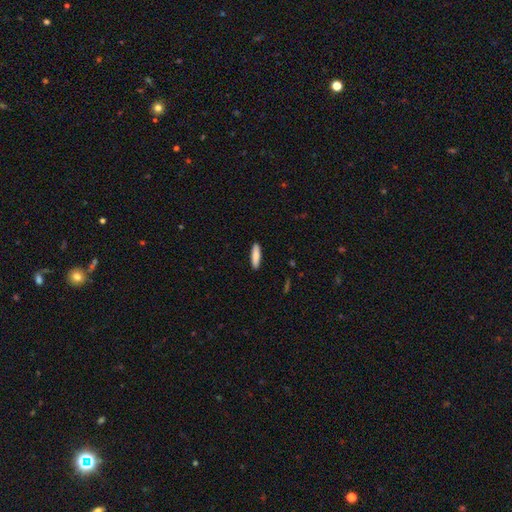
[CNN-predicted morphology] type=smooth (83%); roundness=cigar-shaped (68%); merging=none (90%).